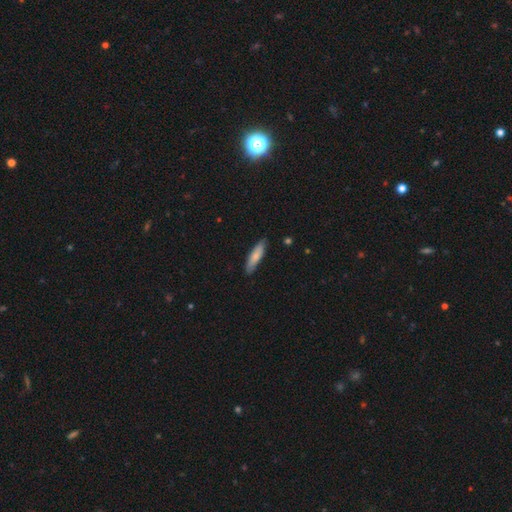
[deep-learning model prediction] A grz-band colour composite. It shows a smooth galaxy with no disk features (76%) that is cigar-shaped (72%). Merging: none (85%).